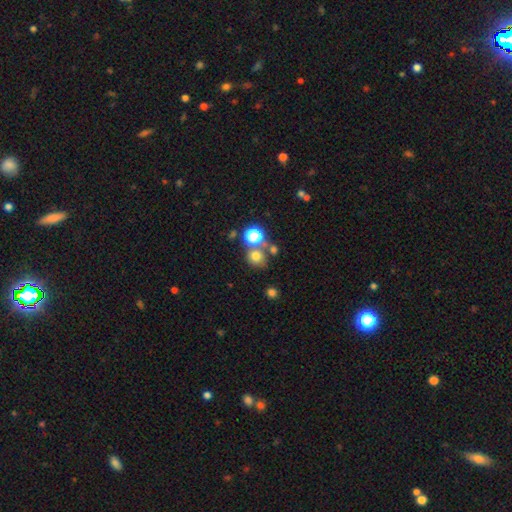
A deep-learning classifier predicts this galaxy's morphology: smooth 70%, star or artifact 20%, featured or disk 11%. Down the decision tree: how rounded — round (80%); merging — none (57%).